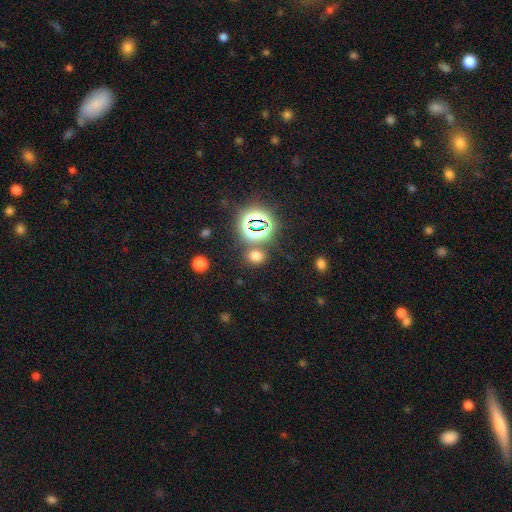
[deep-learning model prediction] Smooth or featured? Predicted: smooth (p=0.62). How rounded? Predicted: round (p=0.54). Merging? Predicted: none (p=0.77).